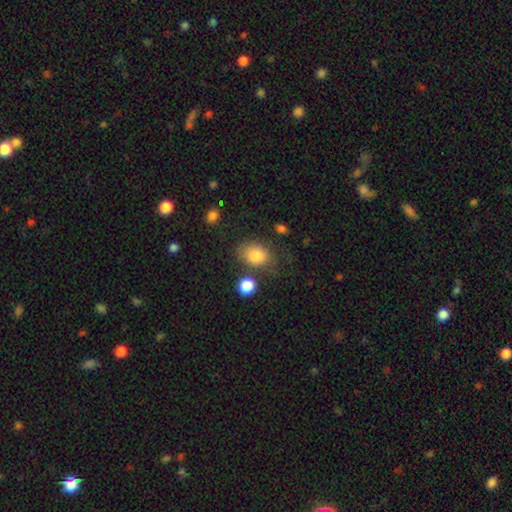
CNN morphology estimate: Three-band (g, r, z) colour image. It shows a smooth galaxy with no disk features (83%) that is in between round and cigar-shaped (73%). Merging: none (61%).